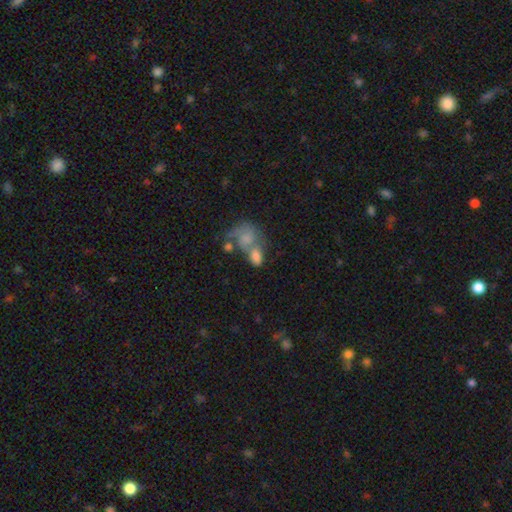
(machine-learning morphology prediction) This appears to be a smooth galaxy with no disk features (69%) that is in between round and cigar-shaped (76%). Merging: merger (59%).